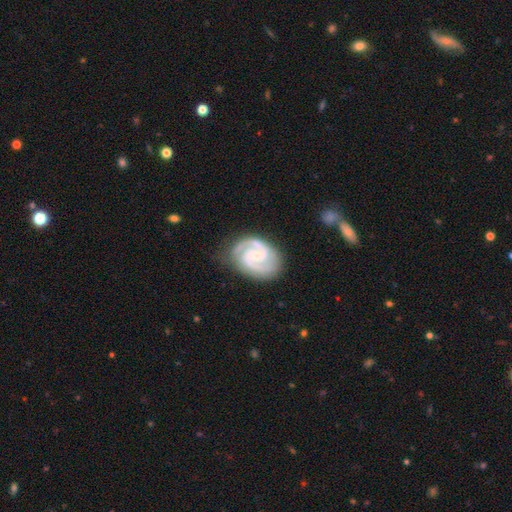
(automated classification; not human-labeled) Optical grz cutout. It shows a featured or disk galaxy (92%) with no bar (59%), 2 (89%) tight (55%) spiral arms (99%) and a small central bulge (75%). Merging: none (81%).